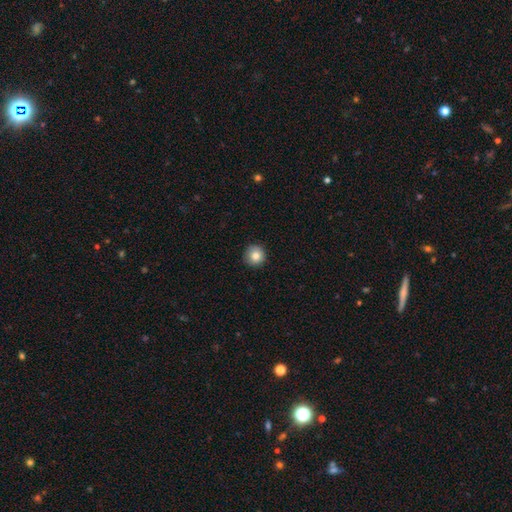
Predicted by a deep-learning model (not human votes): A smooth galaxy with no disk features (83%) that is round (95%). Merging: none (89%).